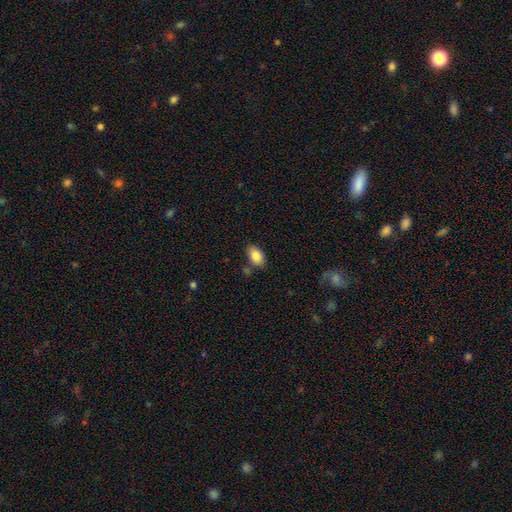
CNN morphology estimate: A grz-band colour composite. It shows a smooth galaxy with no disk features (85%) that is in between round and cigar-shaped (90%). Merging: none (77%).